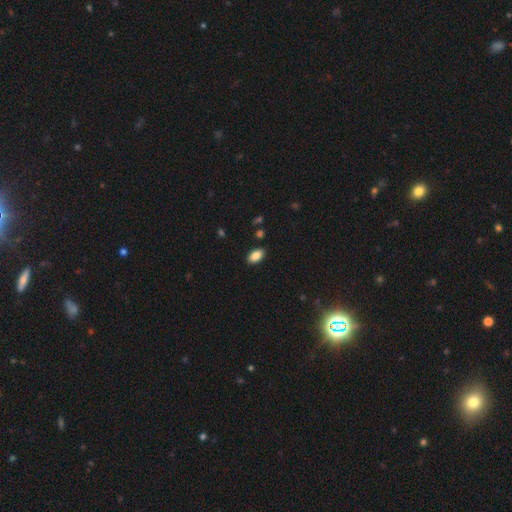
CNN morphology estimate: This appears to be a smooth galaxy with no disk features (86%) that is in between round and cigar-shaped (93%). Merging: none (87%).